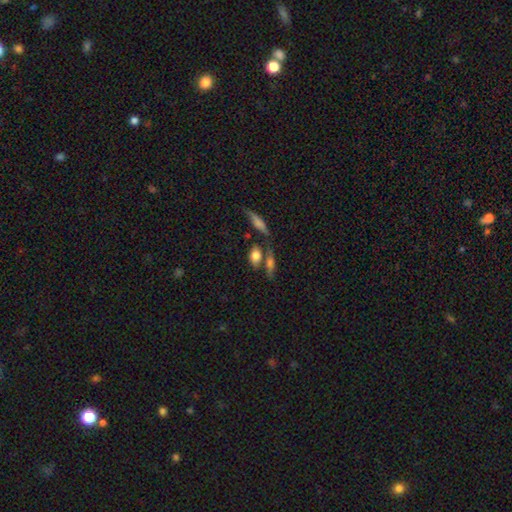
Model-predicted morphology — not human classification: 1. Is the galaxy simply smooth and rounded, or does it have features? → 73% smooth, 19% featured or disk, 9% star or artifact.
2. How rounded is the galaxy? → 76% in between, 13% cigar-shaped, 11% round.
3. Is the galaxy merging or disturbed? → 55% none, 26% merger, 13% minor disturbance, 5% major disturbance.